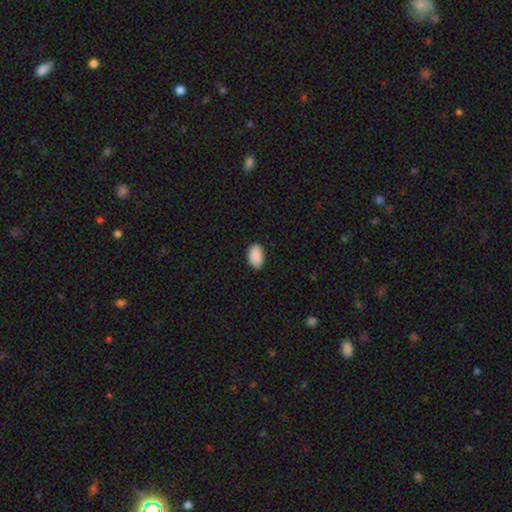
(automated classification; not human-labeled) smooth-or-featured: smooth: 91% | star or artifact: 7% | featured or disk: 3%
  how-rounded: in between: 92% | round: 7% | cigar-shaped: 1%
  merging: none: 87% | minor disturbance: 10% | major disturbance: 2% | merger: 1%